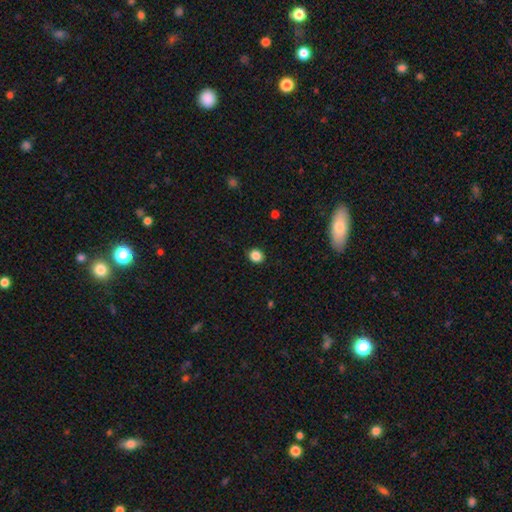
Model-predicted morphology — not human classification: Q: Smooth or featured?
A: smooth (86%); runner-up: star or artifact (11%)
Q: How rounded?
A: round (75%); runner-up: in between (24%)
Q: Merging?
A: none (91%); runner-up: minor disturbance (6%)